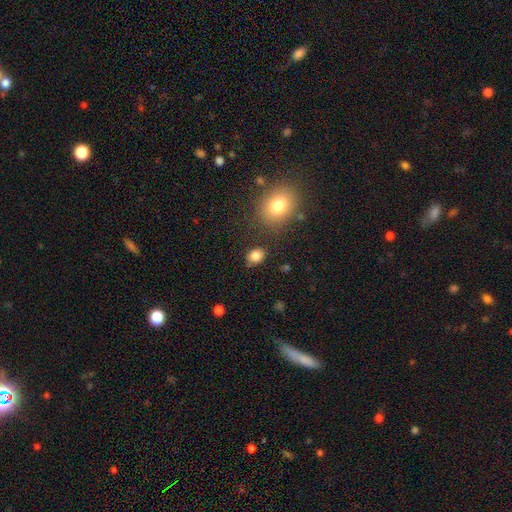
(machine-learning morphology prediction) smooth 84%, star or artifact 11%, featured or disk 6%. Down the decision tree: how rounded — in between (57%); merging — none (78%).